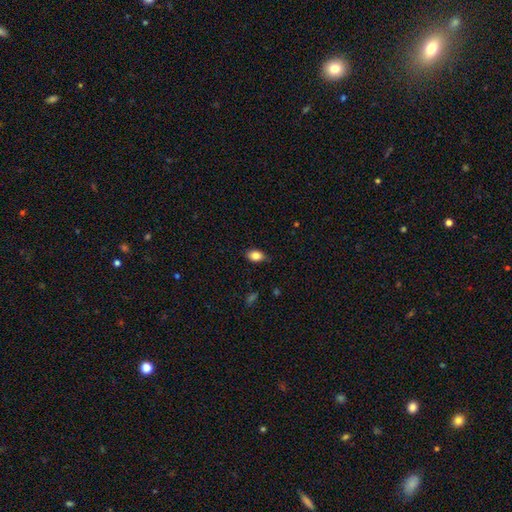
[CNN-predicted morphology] A smooth galaxy with no disk features (84%) that is in between round and cigar-shaped (85%).

Vote fractions:
- Smooth or featured? smooth: 84% / star or artifact: 8% / featured or disk: 7%
- How rounded? in between: 85% / round: 14% / cigar-shaped: 2%
- Merging? none: 77% / minor disturbance: 19% / major disturbance: 3% / merger: 1%